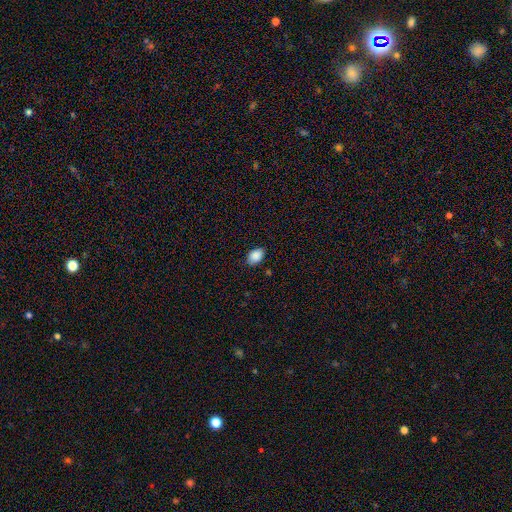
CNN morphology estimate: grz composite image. It shows a smooth galaxy with no disk features (89%) that is in between round and cigar-shaped (83%). Merging: none (83%).